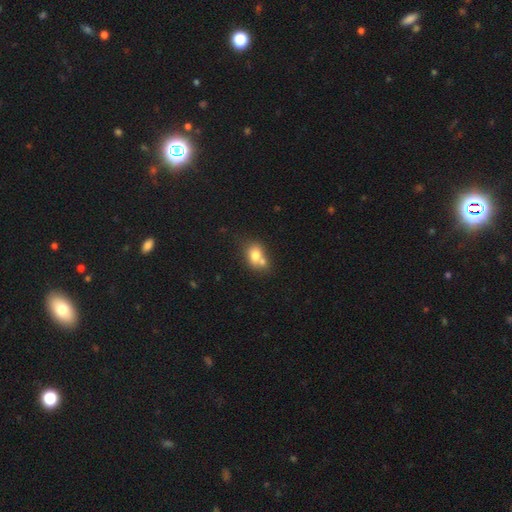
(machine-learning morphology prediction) This appears to be a smooth galaxy with no disk features (73%) that is in between round and cigar-shaped (61%). Merging: merger (48%).